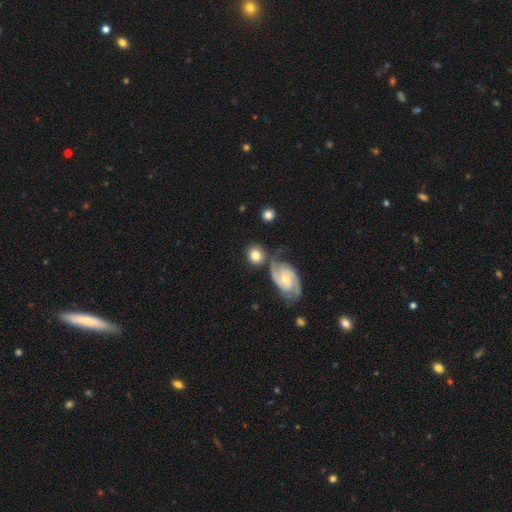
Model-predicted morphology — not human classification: Smooth or featured? Predicted: smooth (p=0.64). How rounded? Predicted: round (p=0.77). Merging? Predicted: none (p=0.64).